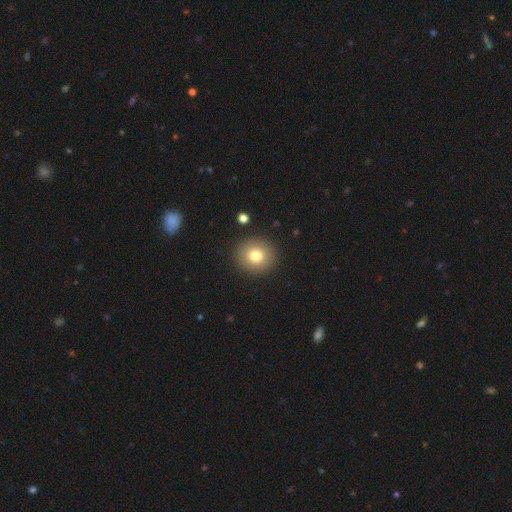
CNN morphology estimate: Overall: smooth (78%). How rounded: round (91%). Merging: none (91%).